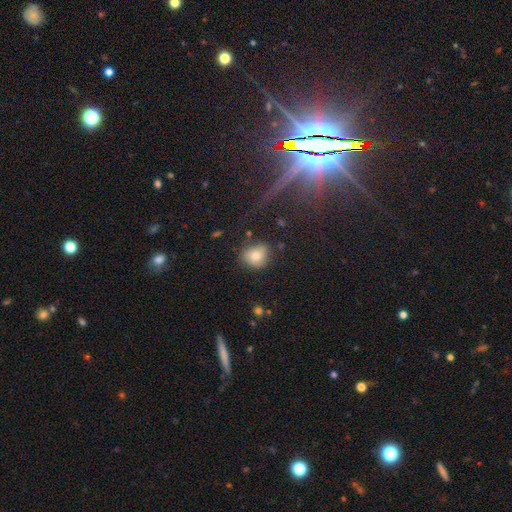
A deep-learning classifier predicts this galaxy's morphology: Overall: smooth (78%). How rounded: round (64%; in between 35%). Merging: none (68%).